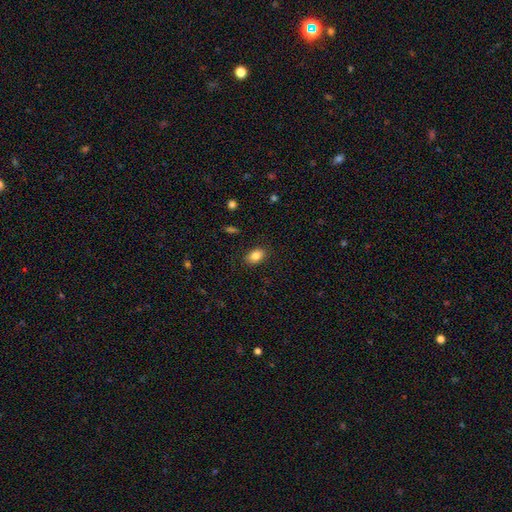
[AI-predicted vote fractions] This is clearly a smooth galaxy (83%). How rounded: clearly in between (81%). Merging: clearly none (86%).